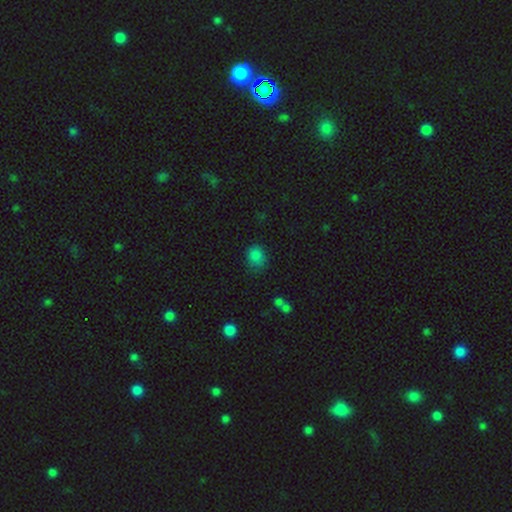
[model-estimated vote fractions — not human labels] Smooth or featured: smooth — 82% (star or artifact — 14%)
How rounded: round — 62% (in between — 37%)
Merging: none — 71% (minor disturbance — 21%)